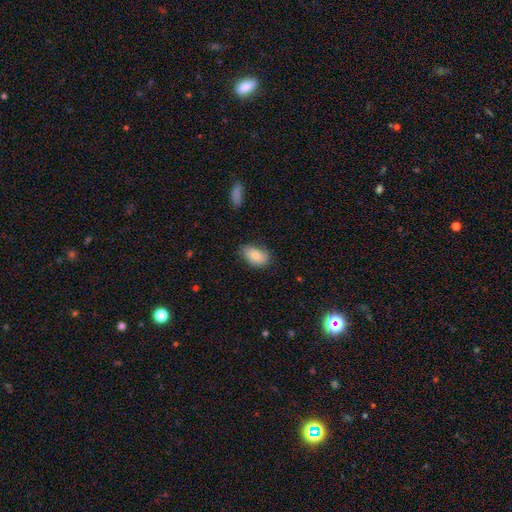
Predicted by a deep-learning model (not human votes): Smooth or featured? smooth (73%)
How rounded? in between (87%)
Merging? none (68%)